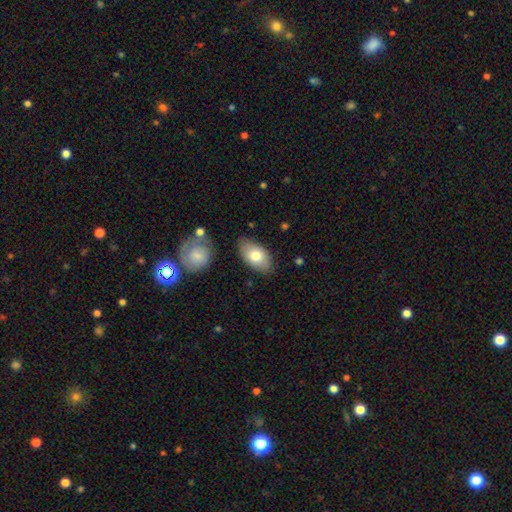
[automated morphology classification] This is likely a smooth galaxy (77%). How rounded: clearly in between (92%). Merging: likely none (79%).